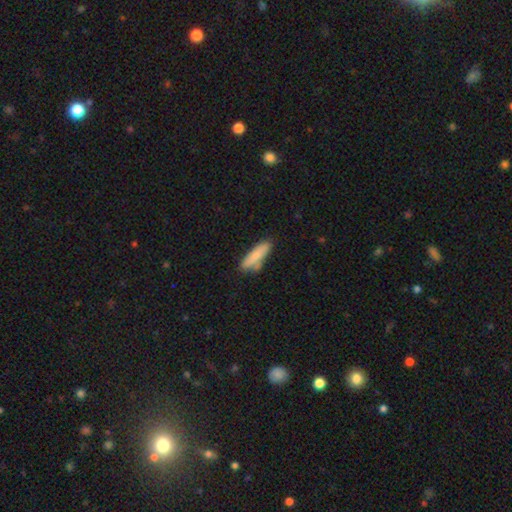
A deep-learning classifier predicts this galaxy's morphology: smooth 79%, featured or disk 15%, star or artifact 6%. Down the decision tree: how rounded — cigar-shaped (61%); merging — none (67%).